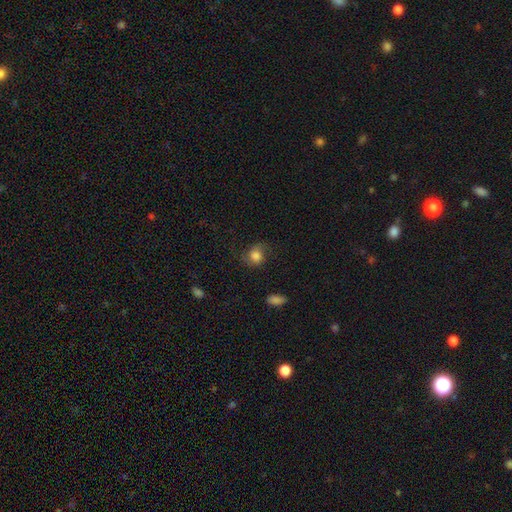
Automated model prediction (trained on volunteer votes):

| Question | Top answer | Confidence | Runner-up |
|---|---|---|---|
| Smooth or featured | smooth | 68% | featured or disk (22%) |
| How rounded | round | 69% | in between (30%) |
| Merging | none | 61% | minor disturbance (24%) |